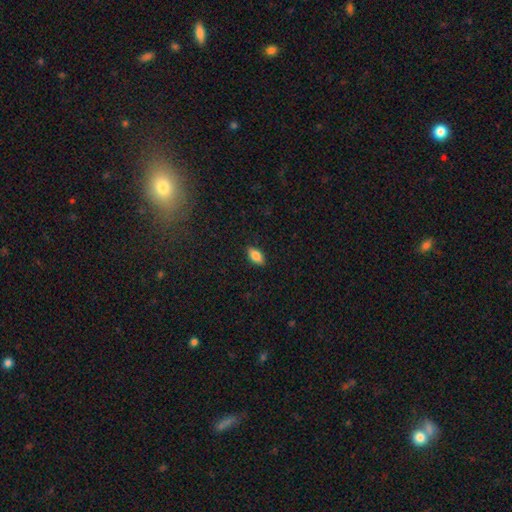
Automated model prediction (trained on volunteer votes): smooth 78%, featured or disk 14%, star or artifact 8%. Down the decision tree: how rounded — in between (89%); merging — none (88%).